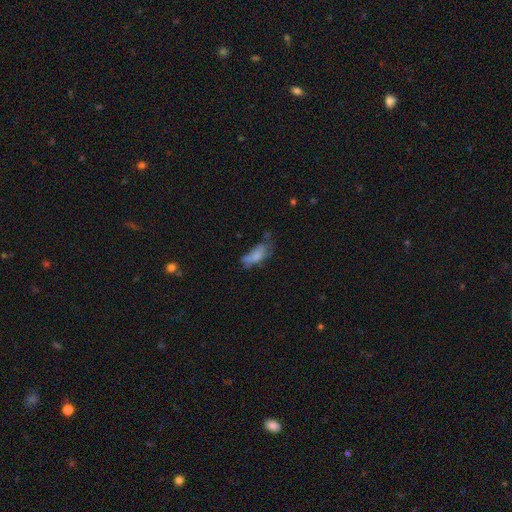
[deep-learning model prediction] Smooth or featured: smooth — 66% (featured or disk — 23%)
How rounded: in between — 79% (cigar-shaped — 18%)
Merging: minor disturbance — 30% (none — 29%)